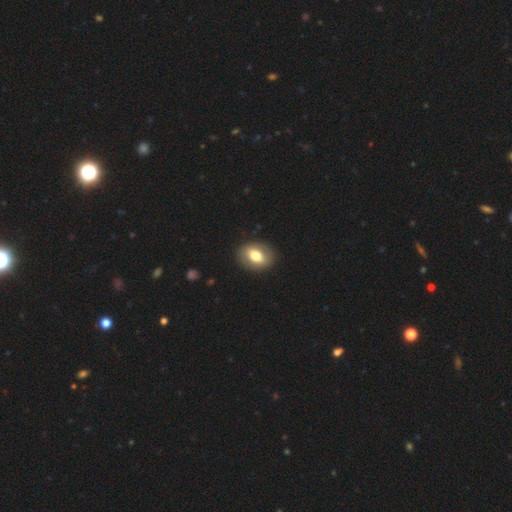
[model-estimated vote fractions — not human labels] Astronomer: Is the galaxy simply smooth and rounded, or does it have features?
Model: smooth — 66%.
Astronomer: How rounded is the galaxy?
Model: in between — 68%.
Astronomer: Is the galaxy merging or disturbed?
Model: none — 87%.